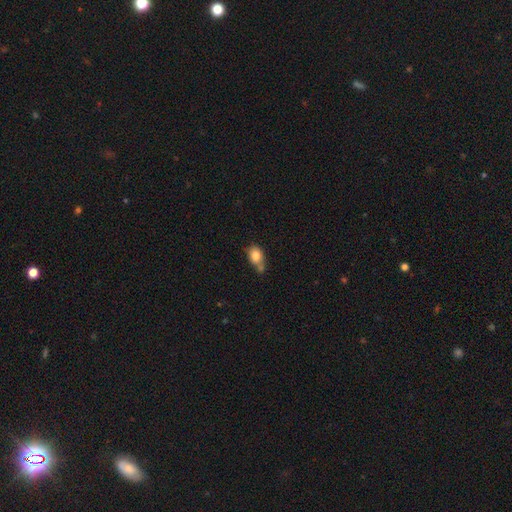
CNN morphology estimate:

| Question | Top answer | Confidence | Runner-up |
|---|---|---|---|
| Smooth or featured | smooth | 80% | featured or disk (11%) |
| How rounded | in between | 68% | round (30%) |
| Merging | none | 41% | merger (27%) |